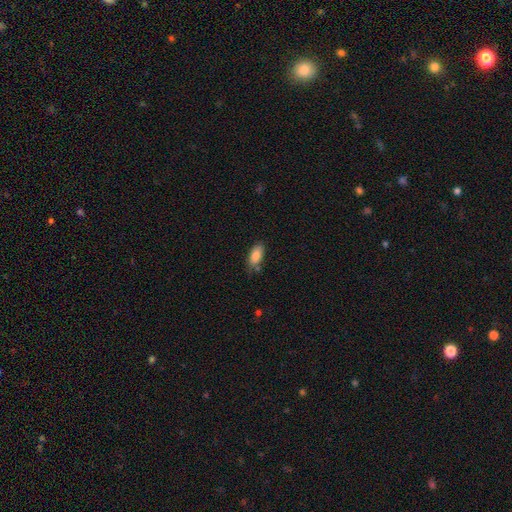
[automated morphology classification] This appears to be a smooth galaxy with no disk features (86%) that is in between round and cigar-shaped (87%). Merging: none (70%).